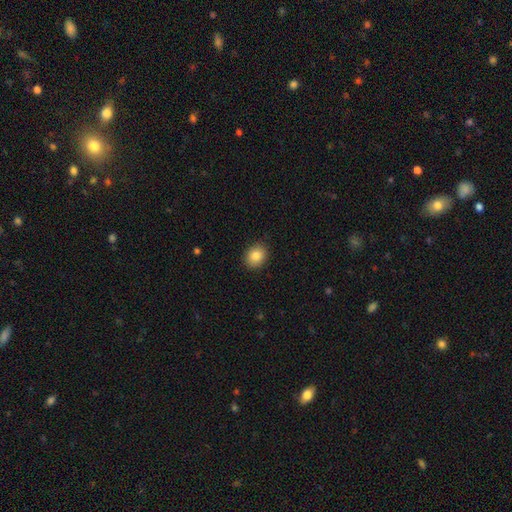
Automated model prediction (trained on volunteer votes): This is clearly a smooth galaxy (86%). How rounded: possibly round (57%). Merging: clearly none (89%).